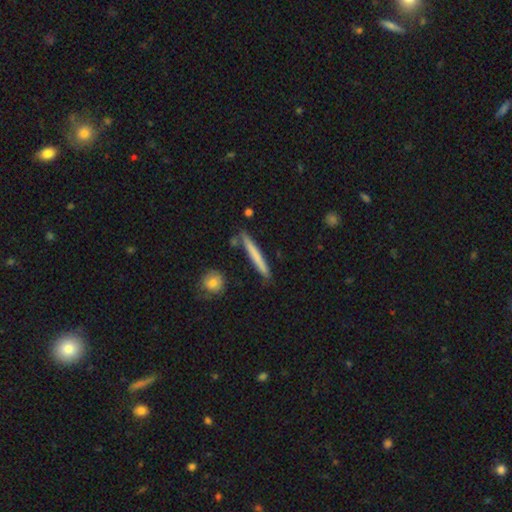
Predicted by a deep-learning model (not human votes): smooth_or_featured: smooth (p=0.65) [alt: featured or disk p=0.29]
how_rounded: cigar-shaped (p=0.96) [alt: in between p=0.03]
merging: none (p=0.85) [alt: minor disturbance p=0.10]